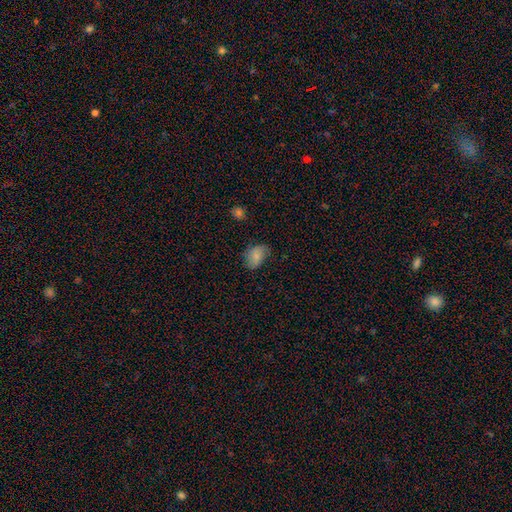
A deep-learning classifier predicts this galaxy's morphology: This is clearly a smooth galaxy (80%). How rounded: clearly in between (82%). Merging: likely none (63%).